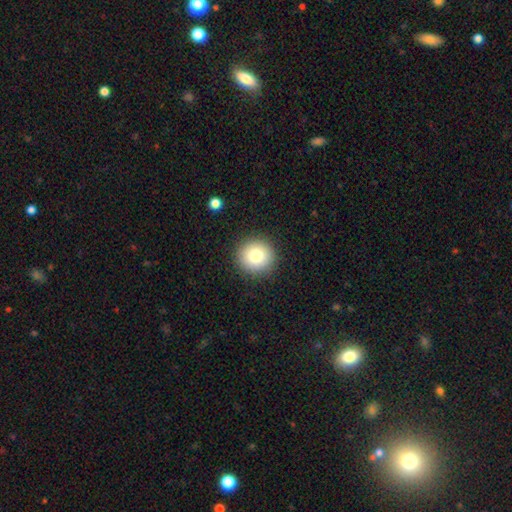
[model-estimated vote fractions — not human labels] Smooth or featured? Predicted: smooth (p=0.80). How rounded? Predicted: round (p=0.94). Merging? Predicted: none (p=0.91).